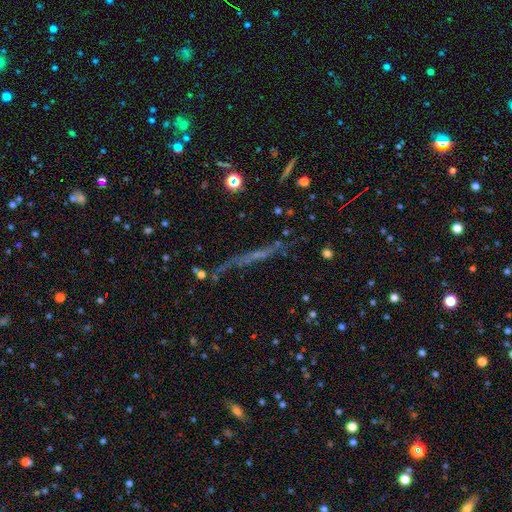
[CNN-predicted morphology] This is marginally a featured or disk galaxy (42%). Merging: possibly none (60%).